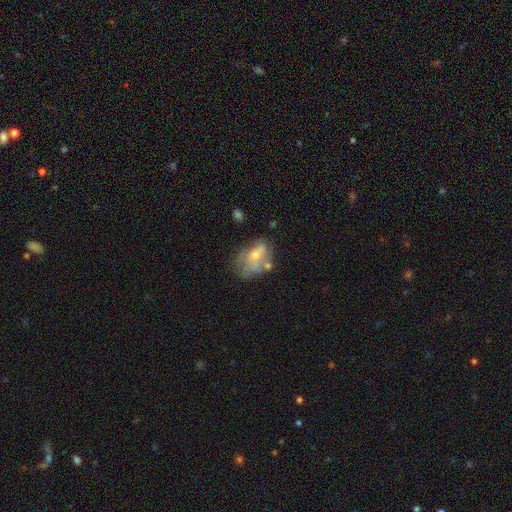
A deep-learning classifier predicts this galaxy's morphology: smooth-or-featured: smooth: 50% | featured or disk: 41% | star or artifact: 10%
  merging: none: 33% | minor disturbance: 27% | major disturbance: 27% | merger: 13%